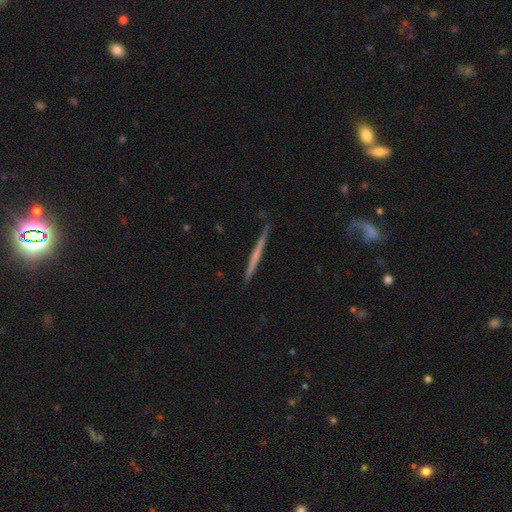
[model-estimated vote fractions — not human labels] Smooth or featured? featured or disk (57%)
Edge-on disk? yes (97%)
Edge-on bulge? none (84%)
Merging? none (87%)